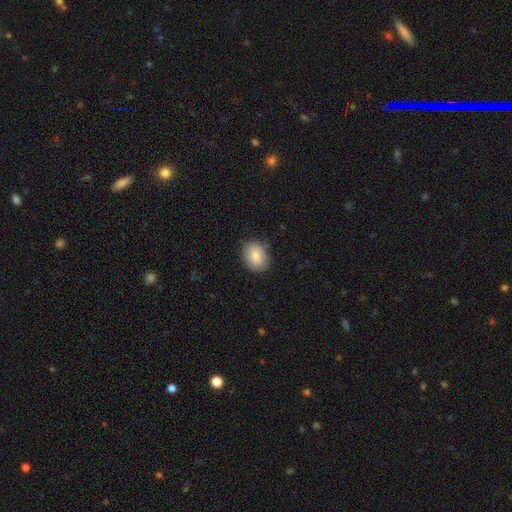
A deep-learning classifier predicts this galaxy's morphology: smooth-or-featured: smooth: 80% | featured or disk: 13% | star or artifact: 7%
  how-rounded: in between: 64% | round: 35% | cigar-shaped: 1%
  merging: none: 80% | minor disturbance: 15% | major disturbance: 3% | merger: 1%